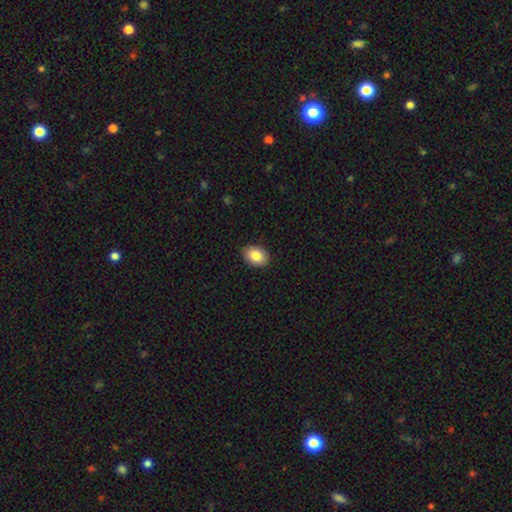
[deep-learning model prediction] Morphology: type=smooth (85%); roundness=in between (78%); merging=none (90%).